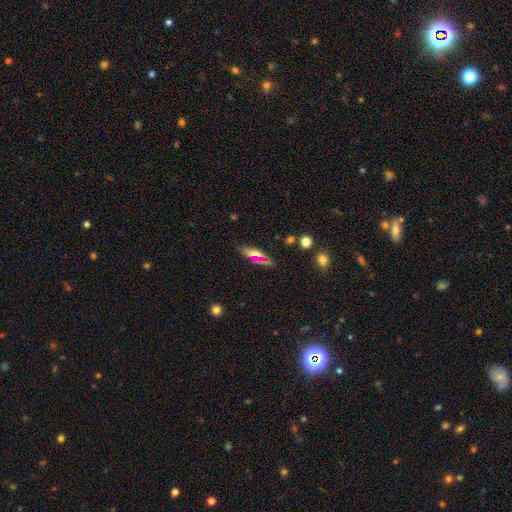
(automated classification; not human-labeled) This appears to be a smooth galaxy with no disk features (54%) that is cigar-shaped (51%). Merging: none (79%).